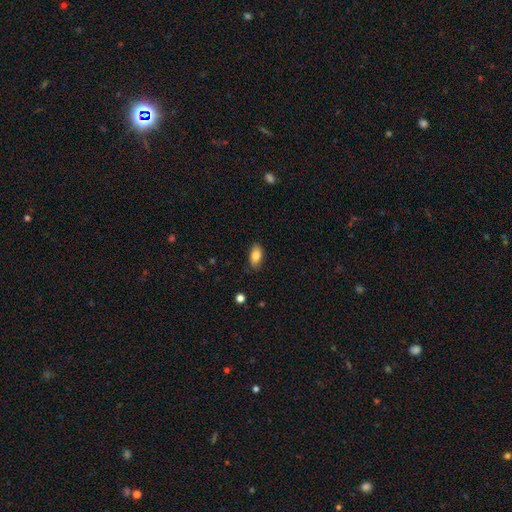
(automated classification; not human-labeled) A smooth galaxy with no disk features (81%) that is in between round and cigar-shaped (90%).

Vote fractions:
- Smooth or featured? smooth: 81% / featured or disk: 11% / star or artifact: 7%
- How rounded? in between: 90% / cigar-shaped: 6% / round: 4%
- Merging? none: 83% / minor disturbance: 14% / major disturbance: 2% / merger: 1%